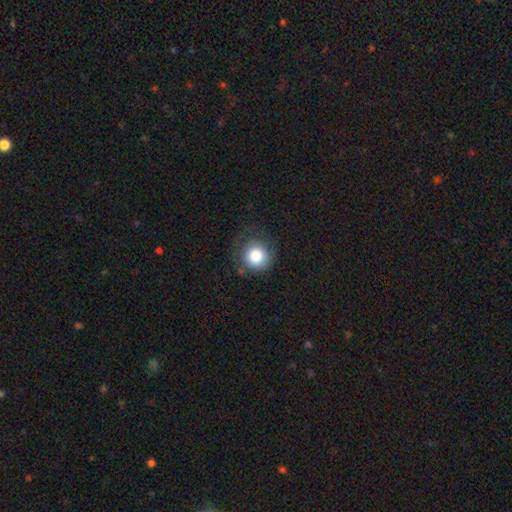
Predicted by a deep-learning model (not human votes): smooth 82%, star or artifact 10%, featured or disk 9%. Down the decision tree: how rounded — round (93%); merging — none (74%).